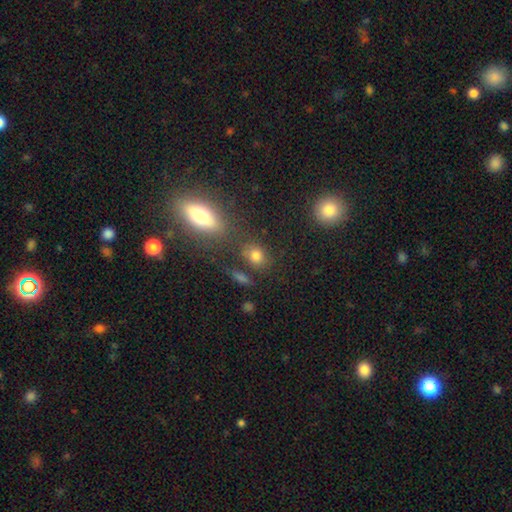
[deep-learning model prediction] The model was most divided on "how rounded": round: 53%, in between: 44%, cigar-shaped: 3%. More confident: smooth or featured — smooth (76%); merging — none (68%).